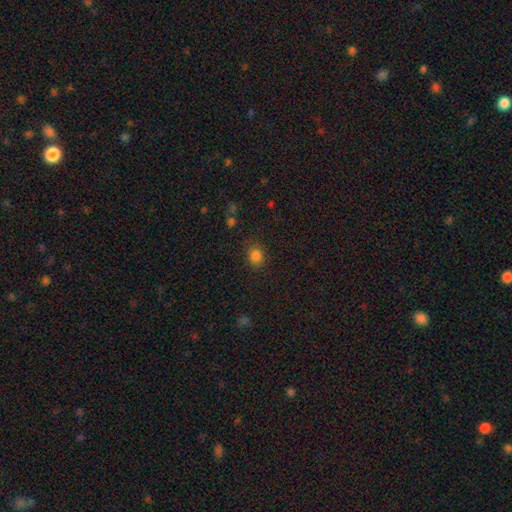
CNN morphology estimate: smooth-or-featured: smooth: 82% | star or artifact: 13% | featured or disk: 4%
  how-rounded: round: 58% | in between: 41% | cigar-shaped: 1%
  merging: none: 82% | minor disturbance: 12% | major disturbance: 4% | merger: 2%